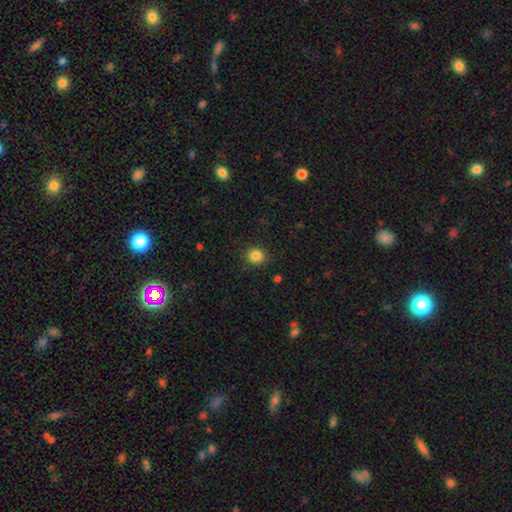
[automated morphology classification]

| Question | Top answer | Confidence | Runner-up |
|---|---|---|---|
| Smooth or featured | smooth | 84% | star or artifact (11%) |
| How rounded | round | 84% | in between (15%) |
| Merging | none | 88% | minor disturbance (8%) |